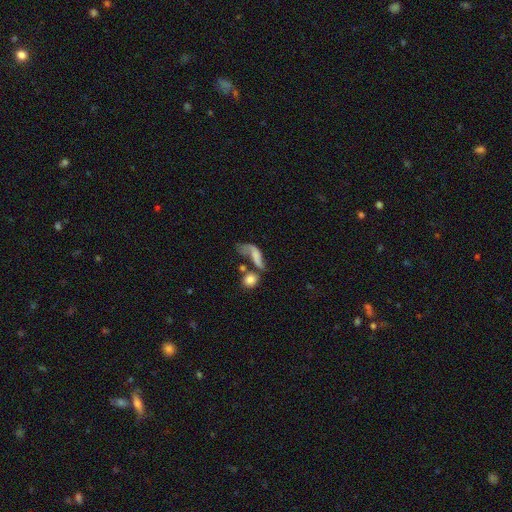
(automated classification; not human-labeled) Smooth or featured? smooth (49%)
Merging? major disturbance (33%)